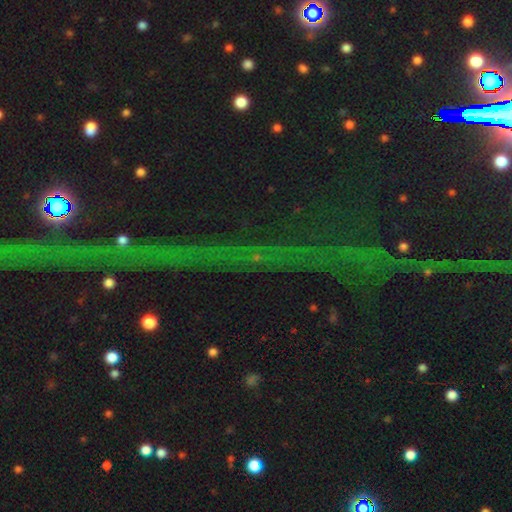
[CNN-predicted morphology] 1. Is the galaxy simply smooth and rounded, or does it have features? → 82% star or artifact, 11% featured or disk, 8% smooth.